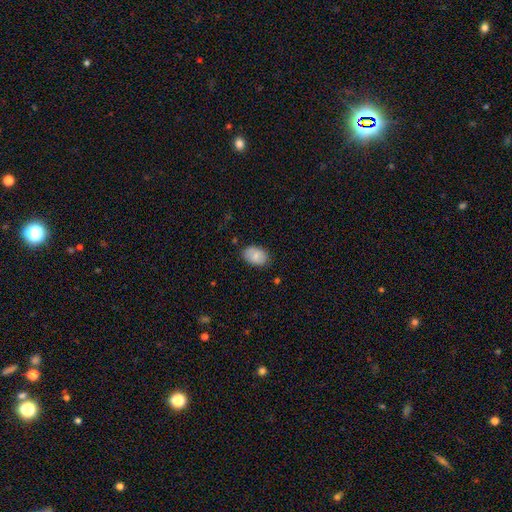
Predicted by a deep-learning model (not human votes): The model was most divided on "merging": none: 80%, minor disturbance: 15%, major disturbance: 3%, merger: 1%. More confident: how rounded — in between (86%); smooth or featured — smooth (82%).